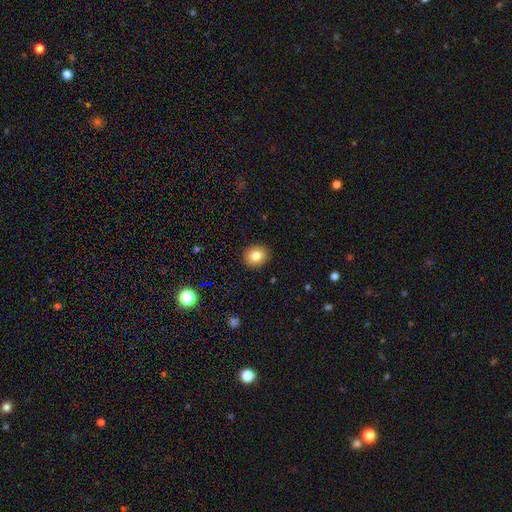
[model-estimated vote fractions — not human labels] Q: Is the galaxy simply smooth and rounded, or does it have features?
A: smooth — 81%.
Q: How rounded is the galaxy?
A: round — 75%.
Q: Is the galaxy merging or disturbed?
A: none — 90%.